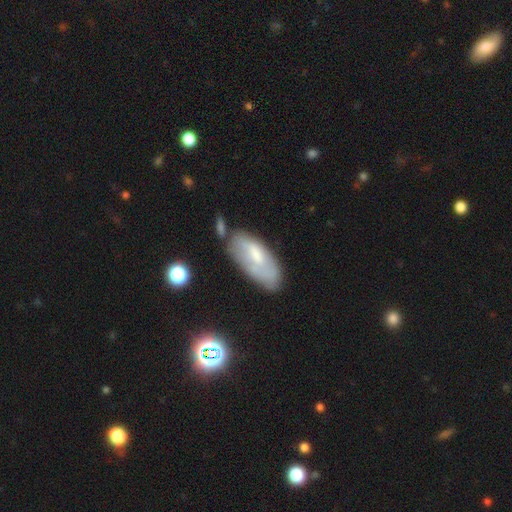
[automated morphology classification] Smooth or featured? smooth (59%)
How rounded? in between (82%)
Merging? none (55%)